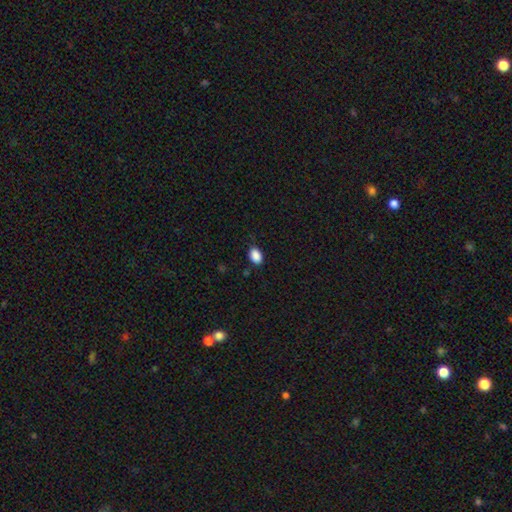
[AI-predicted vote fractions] smooth-or-featured: smooth: 89% | star or artifact: 8% | featured or disk: 3%
  how-rounded: in between: 84% | round: 15% | cigar-shaped: 1%
  merging: none: 81% | minor disturbance: 15% | major disturbance: 3% | merger: 1%